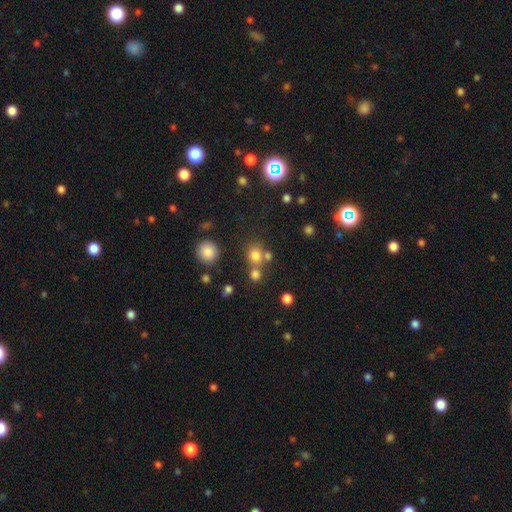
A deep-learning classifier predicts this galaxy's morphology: A smooth galaxy with no disk features (74%) that is round (78%). Merging: none (58%).